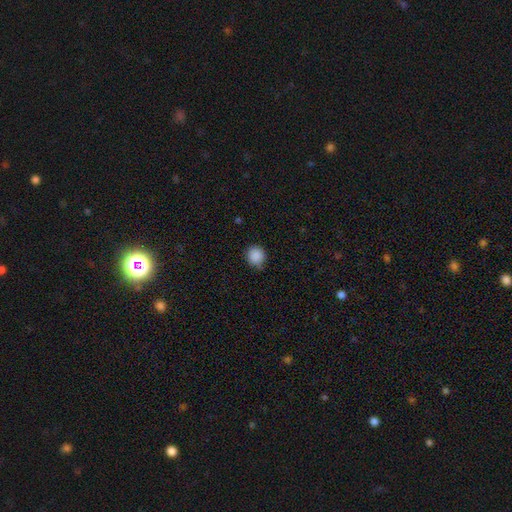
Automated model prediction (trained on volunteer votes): smooth 88%, star or artifact 9%, featured or disk 3%. Down the decision tree: how rounded — round (90%); merging — none (78%).